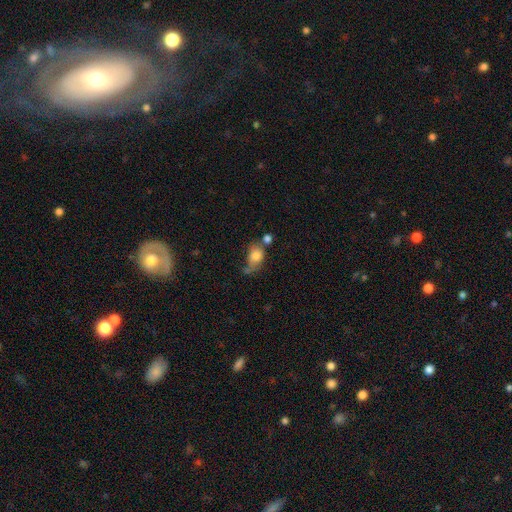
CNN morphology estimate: A smooth galaxy with no disk features (77%) that is in between round and cigar-shaped (66%).

Vote fractions:
- Smooth or featured? smooth: 77% / featured or disk: 14% / star or artifact: 9%
- How rounded? in between: 66% / round: 32% / cigar-shaped: 2%
- Merging? none: 31% / merger: 27% / minor disturbance: 25% / major disturbance: 17%